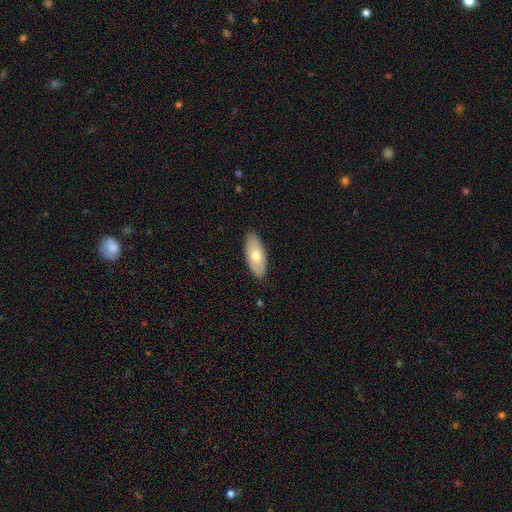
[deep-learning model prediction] smooth_or_featured: smooth (p=0.70) [alt: featured or disk p=0.25]
how_rounded: in between (p=0.87) [alt: cigar-shaped p=0.10]
merging: none (p=0.87) [alt: minor disturbance p=0.10]